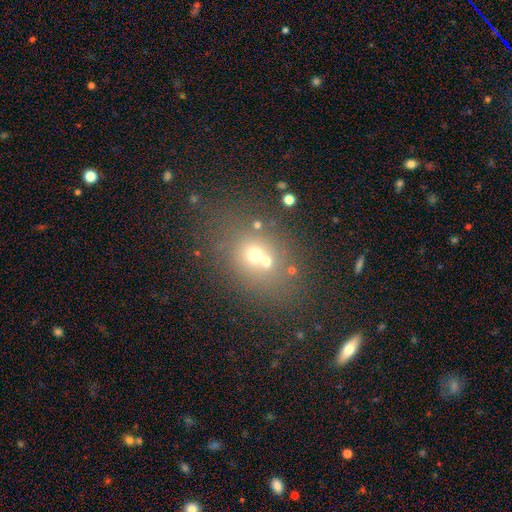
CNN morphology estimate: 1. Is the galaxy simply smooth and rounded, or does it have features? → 53% smooth, 25% star or artifact, 22% featured or disk.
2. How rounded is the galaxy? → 54% round, 45% in between, 2% cigar-shaped.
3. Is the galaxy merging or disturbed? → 52% none, 33% merger, 10% minor disturbance, 5% major disturbance.